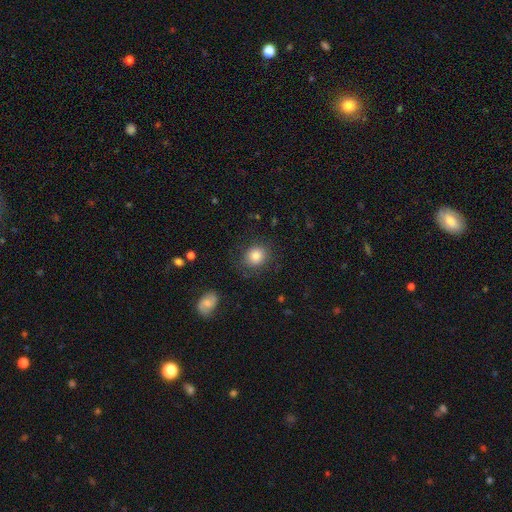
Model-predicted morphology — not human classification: smooth-or-featured: smooth: 84% | star or artifact: 9% | featured or disk: 6%
  how-rounded: round: 74% | in between: 25% | cigar-shaped: 1%
  merging: none: 82% | minor disturbance: 12% | major disturbance: 5% | merger: 1%